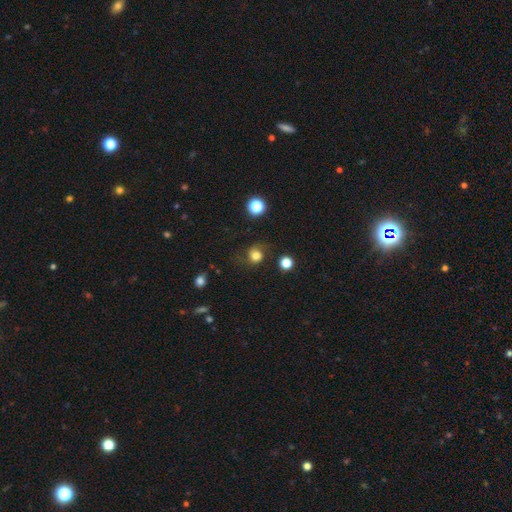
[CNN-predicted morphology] smooth-or-featured: smooth: 70% | featured or disk: 16% | star or artifact: 14%
  how-rounded: round: 77% | in between: 22% | cigar-shaped: 1%
  merging: none: 63% | minor disturbance: 21% | major disturbance: 14% | merger: 3%